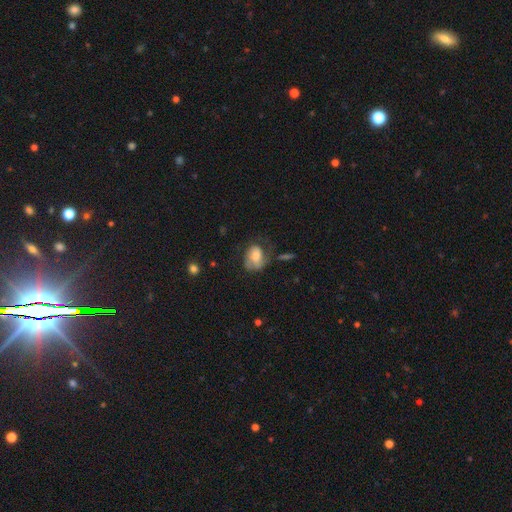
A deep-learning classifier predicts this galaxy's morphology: smooth 56%, featured or disk 36%, star or artifact 8%. Down the decision tree: how rounded — in between (74%); merging — none (41%).